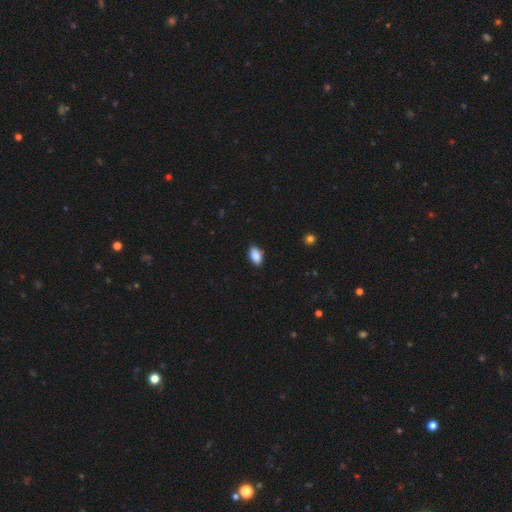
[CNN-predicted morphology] Q: Smooth or featured?
A: smooth (89%); runner-up: star or artifact (7%)
Q: How rounded?
A: in between (93%); runner-up: round (5%)
Q: Merging?
A: none (87%); runner-up: minor disturbance (10%)